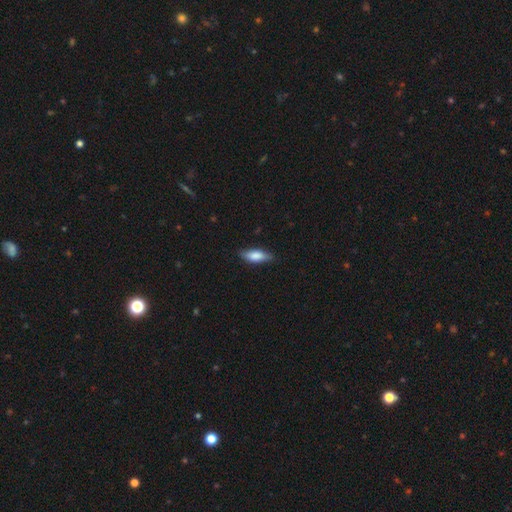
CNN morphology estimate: smooth_or_featured: smooth (p=0.76) [alt: featured or disk p=0.18]
how_rounded: in between (p=0.63) [alt: cigar-shaped p=0.34]
merging: none (p=0.82) [alt: minor disturbance p=0.15]